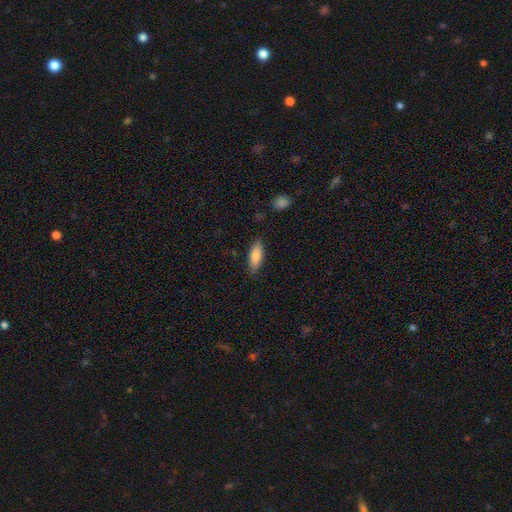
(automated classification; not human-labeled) smooth_or_featured: smooth (p=0.84) [alt: featured or disk p=0.10]
how_rounded: in between (p=0.65) [alt: cigar-shaped p=0.33]
merging: none (p=0.84) [alt: minor disturbance p=0.12]